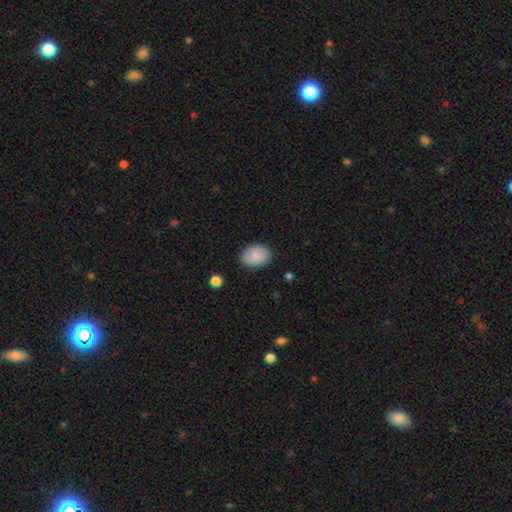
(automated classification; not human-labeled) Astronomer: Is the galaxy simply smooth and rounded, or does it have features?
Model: smooth — 88%.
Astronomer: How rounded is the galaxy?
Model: in between — 69%.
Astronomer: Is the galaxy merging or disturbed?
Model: none — 85%.